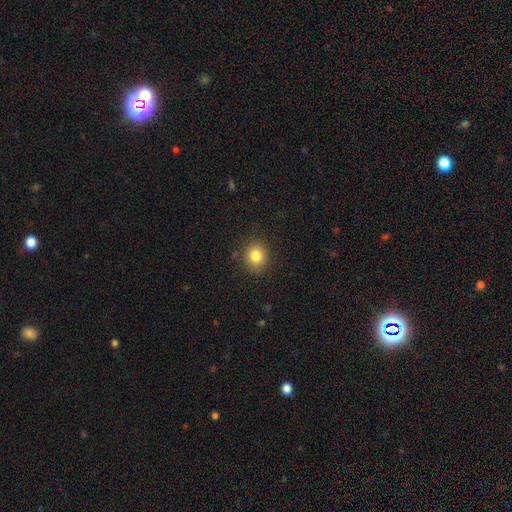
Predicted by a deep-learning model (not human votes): The model was most divided on "how rounded": round: 76%, in between: 23%, cigar-shaped: 1%. More confident: merging — none (86%); smooth or featured — smooth (82%).